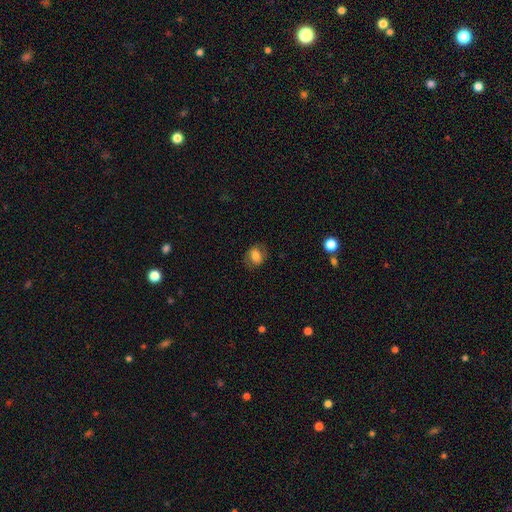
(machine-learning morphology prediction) The model was most divided on "how rounded": in between: 53%, round: 46%, cigar-shaped: 1%. More confident: merging — none (77%); smooth or featured — smooth (71%).